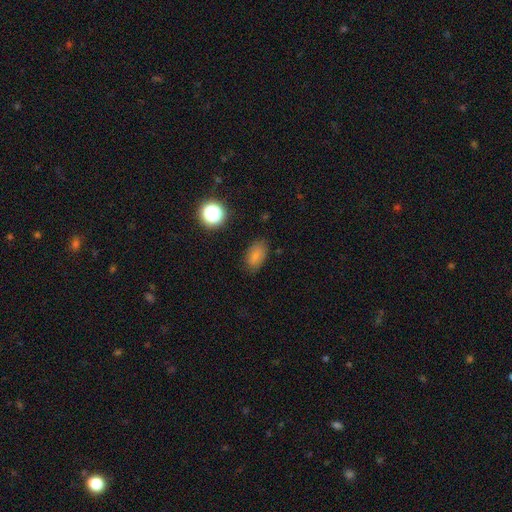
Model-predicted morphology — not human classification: A smooth galaxy with no disk features (77%) that is in between round and cigar-shaped (88%). Merging: none (77%).